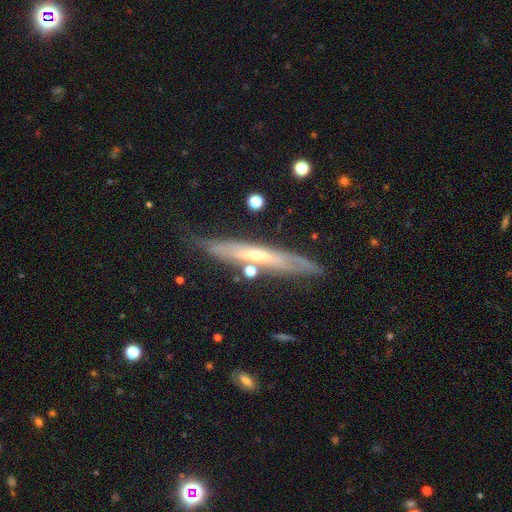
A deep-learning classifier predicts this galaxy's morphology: Smooth or featured? Predicted: featured or disk (p=0.69). Edge-on disk? Predicted: yes (p=0.79). Edge-on bulge? Predicted: rounded (p=0.48). Merging? Predicted: none (p=0.73).